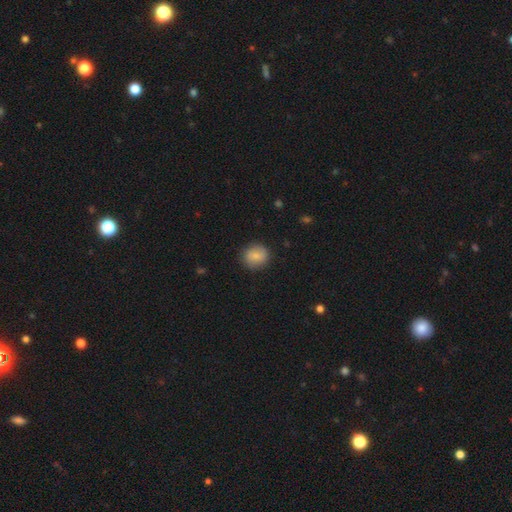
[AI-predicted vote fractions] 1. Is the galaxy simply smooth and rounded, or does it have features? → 82% smooth, 10% featured or disk, 8% star or artifact.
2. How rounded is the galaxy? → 84% round, 15% in between, 1% cigar-shaped.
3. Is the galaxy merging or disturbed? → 87% none, 9% minor disturbance, 3% major disturbance, 1% merger.